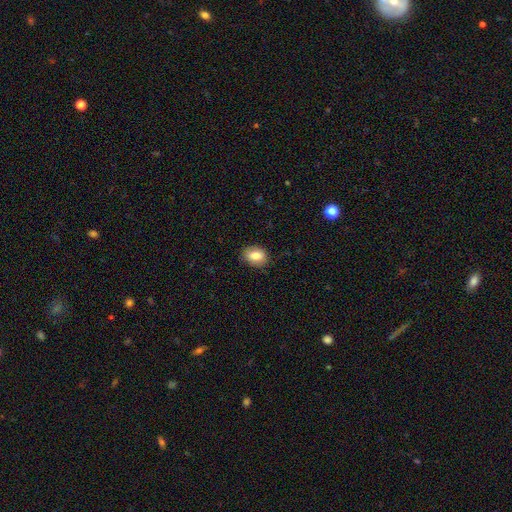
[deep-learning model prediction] Overall: smooth (81%). How rounded: in between (72%). Merging: none (83%).